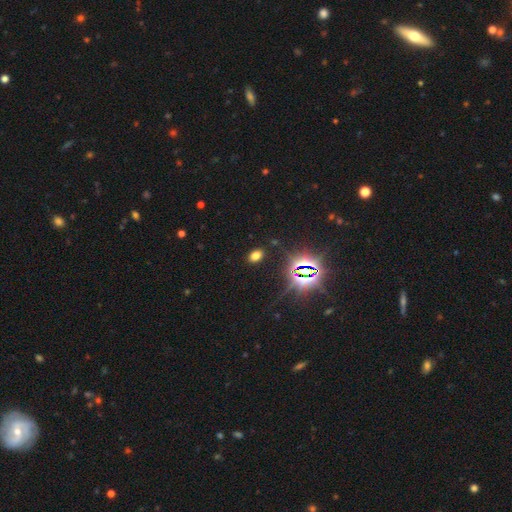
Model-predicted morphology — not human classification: Overall: smooth (63%; star or artifact 30%). How rounded: in between (83%). Merging: none (87%).